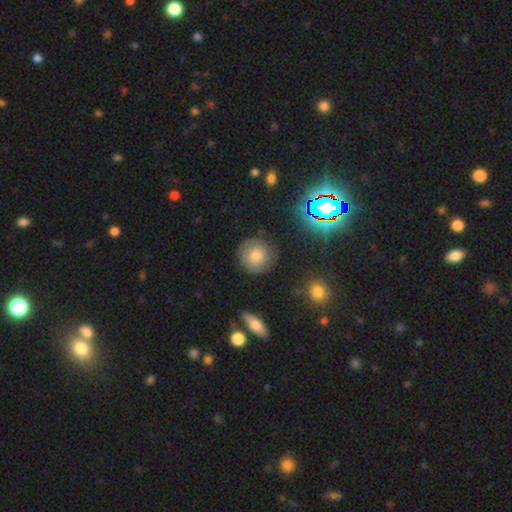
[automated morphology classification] Smooth or featured?
  - smooth: 67% *
  - featured or disk: 19%
  - star or artifact: 14%
How rounded?
  - round: 92% *
  - in between: 7%
  - cigar-shaped: 1%
Merging?
  - none: 84% *
  - minor disturbance: 11%
  - major disturbance: 4%
  - merger: 2%